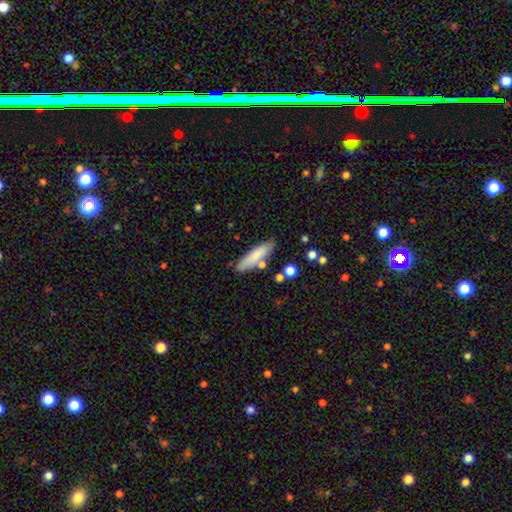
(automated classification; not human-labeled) Smooth or featured? smooth (77%)
How rounded? cigar-shaped (75%)
Merging? none (77%)